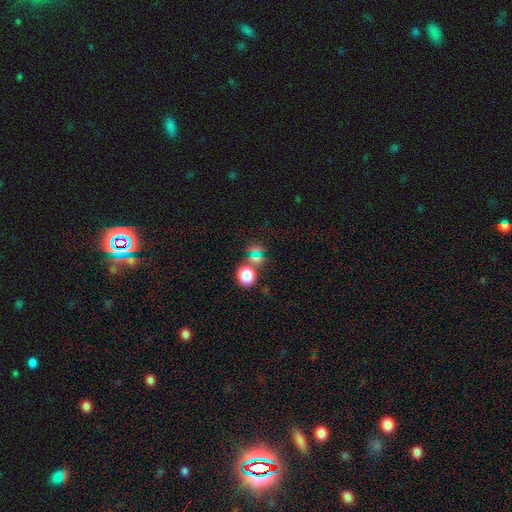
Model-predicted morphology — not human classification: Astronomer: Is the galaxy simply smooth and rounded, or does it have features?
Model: smooth — 51% (runner-up: star or artifact, 39%).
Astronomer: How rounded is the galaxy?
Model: round — 67%.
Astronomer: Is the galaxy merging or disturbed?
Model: none — 60%.